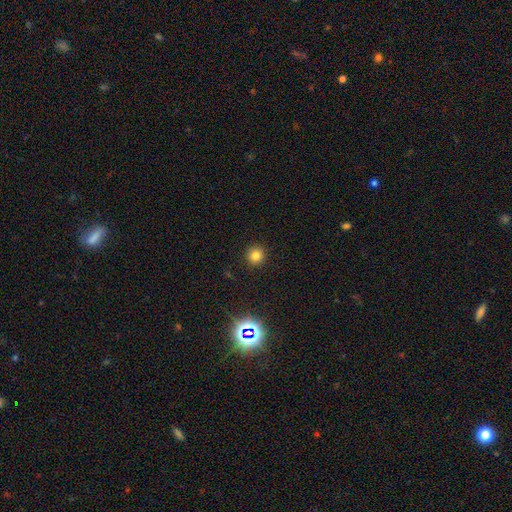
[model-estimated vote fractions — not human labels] A smooth galaxy with no disk features (77%) that is round (94%). Merging: none (91%).